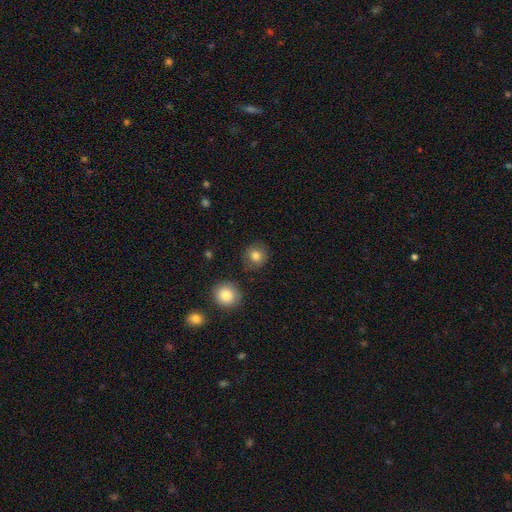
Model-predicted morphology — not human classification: This is clearly a smooth galaxy (81%). How rounded: clearly round (89%). Merging: clearly none (84%).